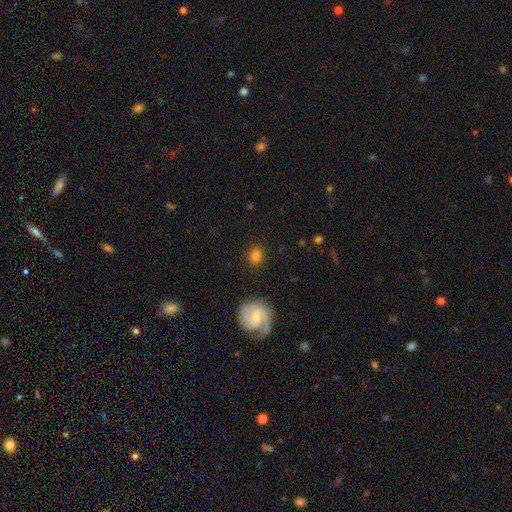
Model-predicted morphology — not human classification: type=smooth (71%); roundness=round (73%); merging=none (85%).